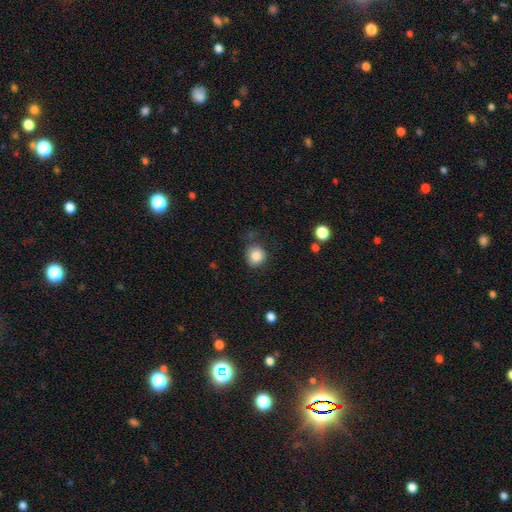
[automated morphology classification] Overall: smooth (84%). How rounded: round (85%). Merging: none (74%).